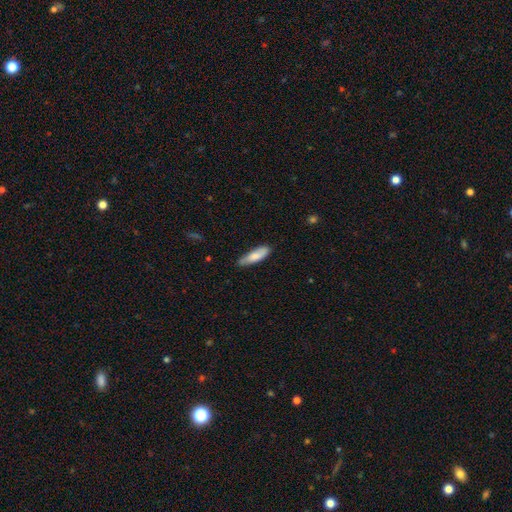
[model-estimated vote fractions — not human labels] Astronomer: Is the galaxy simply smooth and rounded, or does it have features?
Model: smooth — 78%.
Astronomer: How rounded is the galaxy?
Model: cigar-shaped — 52% (runner-up: in between, 46%).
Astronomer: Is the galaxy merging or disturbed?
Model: none — 72%.